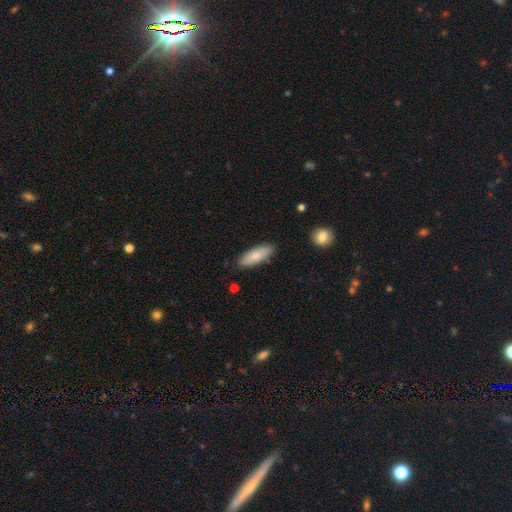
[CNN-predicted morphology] Q: Smooth or featured?
A: smooth (81%); runner-up: featured or disk (13%)
Q: How rounded?
A: in between (69%); runner-up: cigar-shaped (29%)
Q: Merging?
A: none (86%); runner-up: minor disturbance (10%)